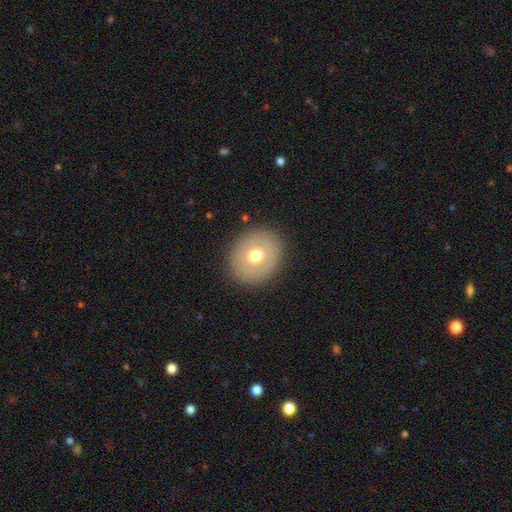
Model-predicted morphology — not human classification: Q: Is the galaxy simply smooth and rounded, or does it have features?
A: smooth — 62%.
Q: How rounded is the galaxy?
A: round — 68%.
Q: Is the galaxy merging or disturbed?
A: none — 88%.